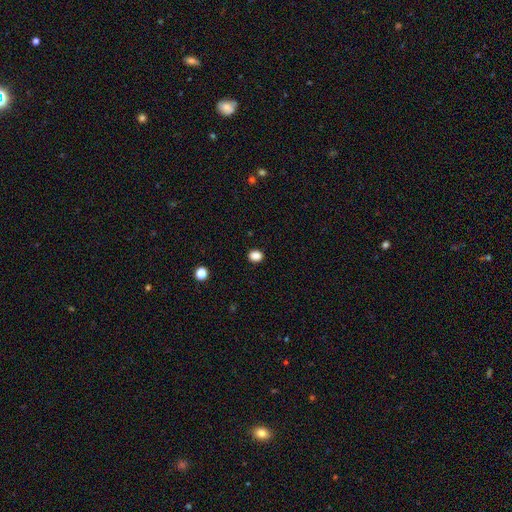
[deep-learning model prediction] This appears to be a smooth galaxy with no disk features (87%) that is round (53%). Merging: none (89%).